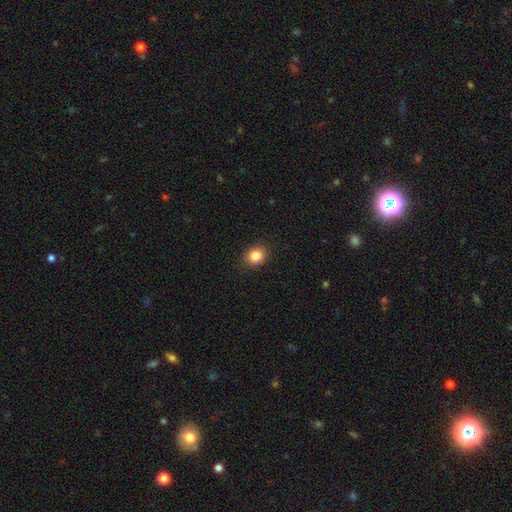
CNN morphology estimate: smooth 85%, star or artifact 10%, featured or disk 5%. Down the decision tree: how rounded — round (63%); merging — none (87%).